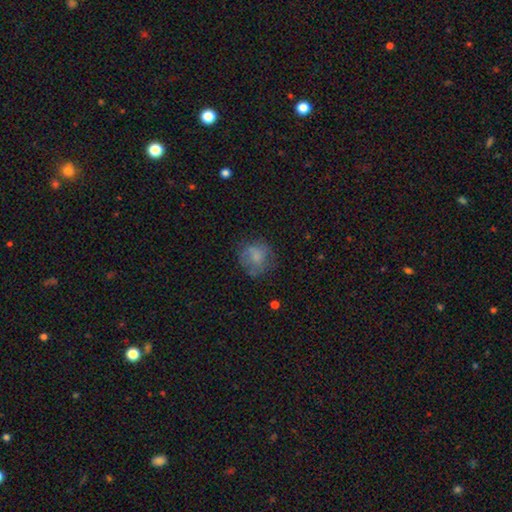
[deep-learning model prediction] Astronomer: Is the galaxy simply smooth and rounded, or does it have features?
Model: smooth — 65%.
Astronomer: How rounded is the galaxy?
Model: round — 78%.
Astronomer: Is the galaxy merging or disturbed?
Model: none — 58%.